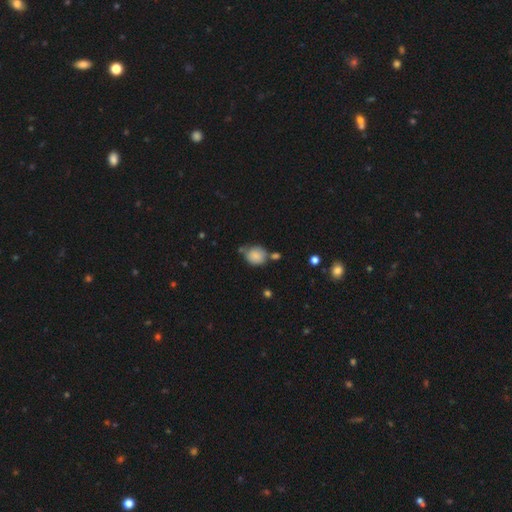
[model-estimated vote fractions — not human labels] Smooth or featured? smooth (84%)
How rounded? round (72%)
Merging? none (54%)